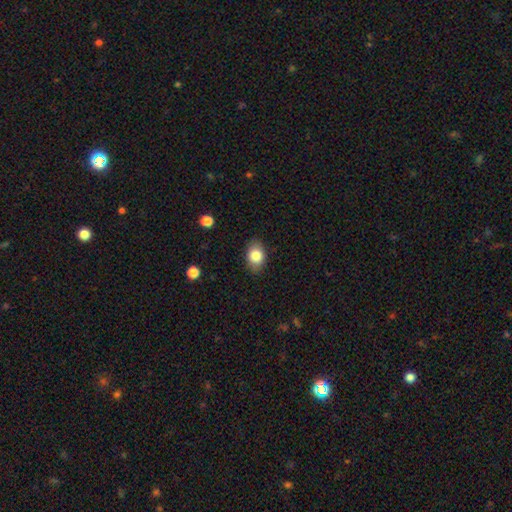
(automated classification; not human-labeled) Smooth or featured? smooth (83%)
How rounded? in between (78%)
Merging? none (85%)